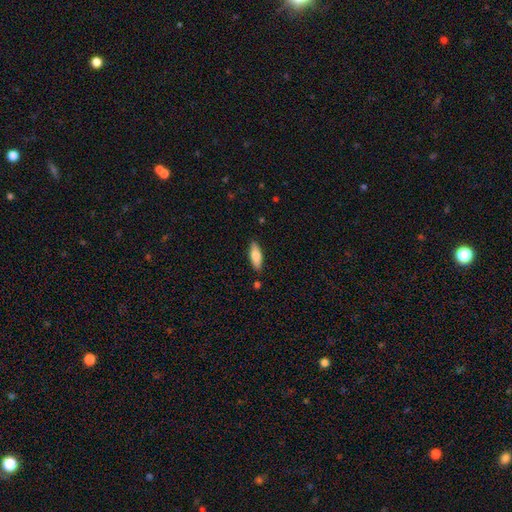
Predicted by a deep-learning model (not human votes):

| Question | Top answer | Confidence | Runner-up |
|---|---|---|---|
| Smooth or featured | smooth | 76% | featured or disk (18%) |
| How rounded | in between | 62% | cigar-shaped (36%) |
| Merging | none | 84% | minor disturbance (11%) |